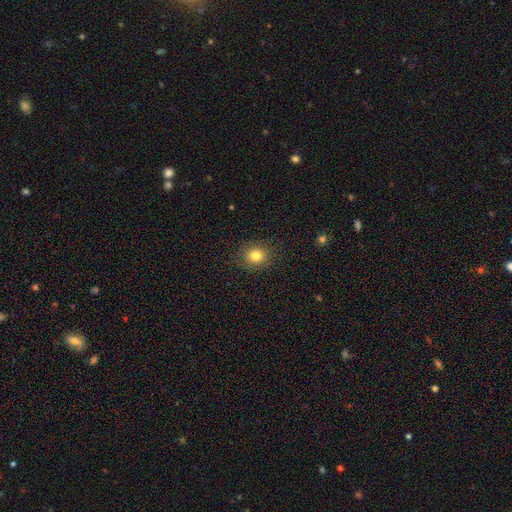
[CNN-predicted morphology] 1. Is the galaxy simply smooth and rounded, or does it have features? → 80% smooth, 12% star or artifact, 8% featured or disk.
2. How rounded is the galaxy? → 73% round, 26% in between, 1% cigar-shaped.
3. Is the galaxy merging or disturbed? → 86% none, 10% minor disturbance, 3% major disturbance, 1% merger.